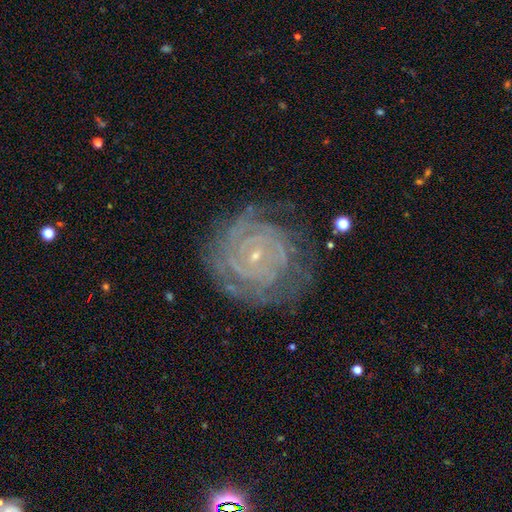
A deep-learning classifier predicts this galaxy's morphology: Smooth or featured?
  - featured or disk: 85% *
  - star or artifact: 8%
  - smooth: 7%
Edge-on disk?
  - no: 97% *
  - yes: 3%
Bar?
  - no: 72% *
  - weak: 20%
  - strong: 8%
Spiral arms?
  - yes: 96% *
  - no: 4%
Spiral winding?
  - tight: 84% *
  - medium: 14%
  - loose: 3%
Spiral arm count?
  - can't tell: 30% *
  - 2: 22%
  - 3: 17%
  - 4: 15%
  - more than 4: 9%
  - 1: 7%
Bulge size?
  - small: 86% *
  - moderate: 9%
  - none: 2%
  - large: 1%
  - dominant: 1%
Merging?
  - none: 74% *
  - minor disturbance: 17%
  - major disturbance: 7%
  - merger: 1%